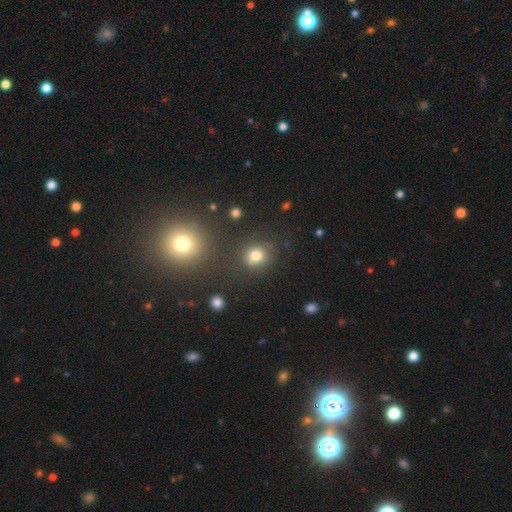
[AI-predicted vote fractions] Smooth or featured: smooth — 78% (star or artifact — 15%)
How rounded: round — 78% (in between — 20%)
Merging: none — 76% (minor disturbance — 12%)